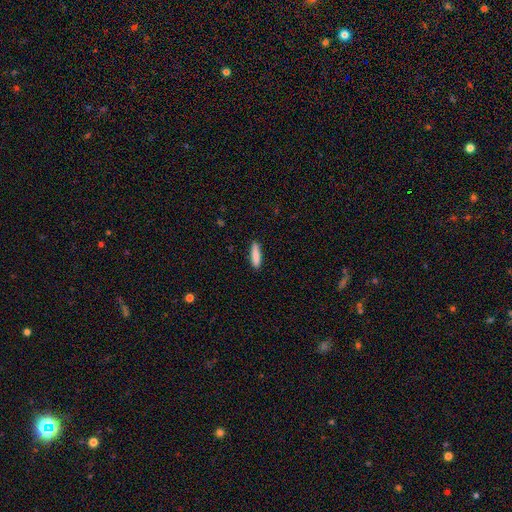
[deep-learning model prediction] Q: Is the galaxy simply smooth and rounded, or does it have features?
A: smooth — 86%.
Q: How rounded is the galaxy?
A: cigar-shaped — 74%.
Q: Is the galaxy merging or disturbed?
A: none — 86%.